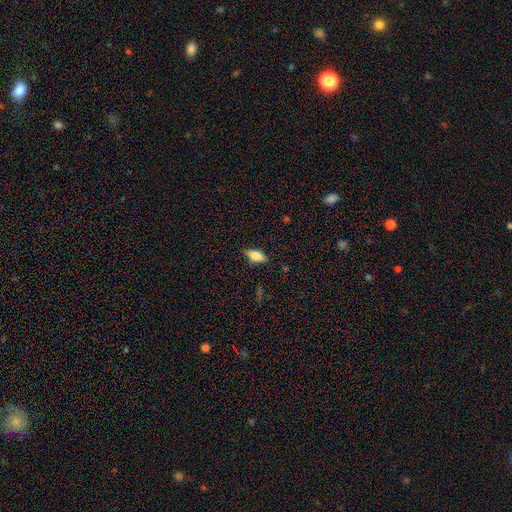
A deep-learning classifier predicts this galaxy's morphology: This appears to be a smooth galaxy with no disk features (74%) that is in between round and cigar-shaped (83%). Merging: none (82%).